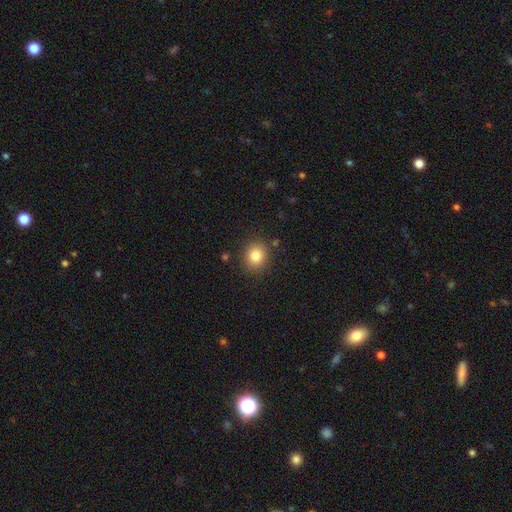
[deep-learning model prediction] A smooth galaxy with no disk features (82%) that is round (74%).

Vote fractions:
- Smooth or featured? smooth: 82% / star or artifact: 11% / featured or disk: 7%
- How rounded? round: 74% / in between: 26% / cigar-shaped: 1%
- Merging? none: 87% / minor disturbance: 8% / major disturbance: 3% / merger: 2%